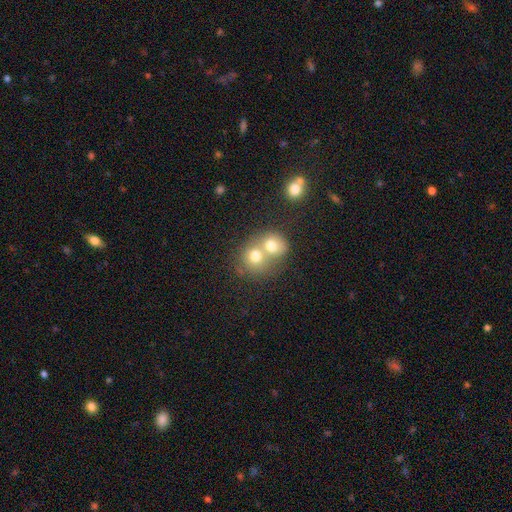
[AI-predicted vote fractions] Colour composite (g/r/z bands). It shows a smooth galaxy with no disk features (70%) that is round (75%). Merging: merger (66%).